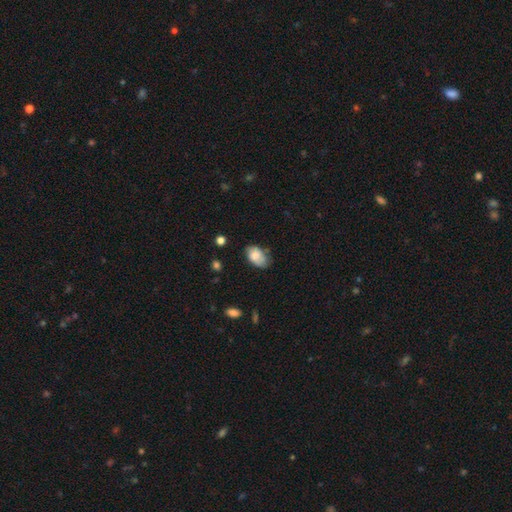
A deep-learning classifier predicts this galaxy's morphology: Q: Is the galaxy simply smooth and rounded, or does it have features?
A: smooth — 77%.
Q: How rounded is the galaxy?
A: in between — 90%.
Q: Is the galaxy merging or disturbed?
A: none — 56%.